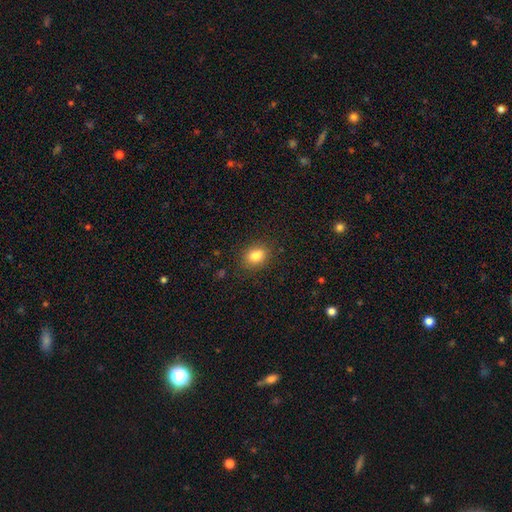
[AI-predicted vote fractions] Q: Smooth or featured?
A: smooth (83%); runner-up: star or artifact (10%)
Q: How rounded?
A: in between (60%); runner-up: round (38%)
Q: Merging?
A: none (84%); runner-up: minor disturbance (12%)